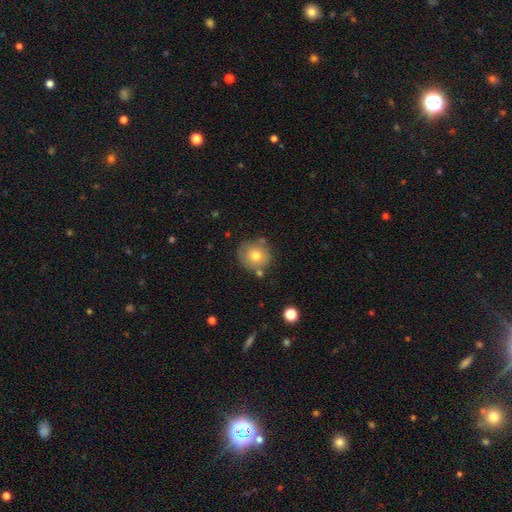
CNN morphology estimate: A smooth galaxy with no disk features (71%) that is round (90%).

Vote fractions:
- Smooth or featured? smooth: 71% / featured or disk: 20% / star or artifact: 9%
- How rounded? round: 90% / in between: 9% / cigar-shaped: 1%
- Merging? none: 72% / minor disturbance: 16% / merger: 9% / major disturbance: 4%